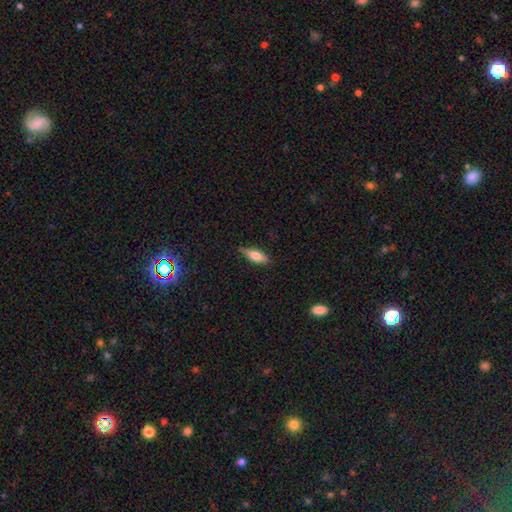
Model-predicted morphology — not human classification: A smooth galaxy with no disk features (71%) that is in between round and cigar-shaped (57%). Merging: none (81%).